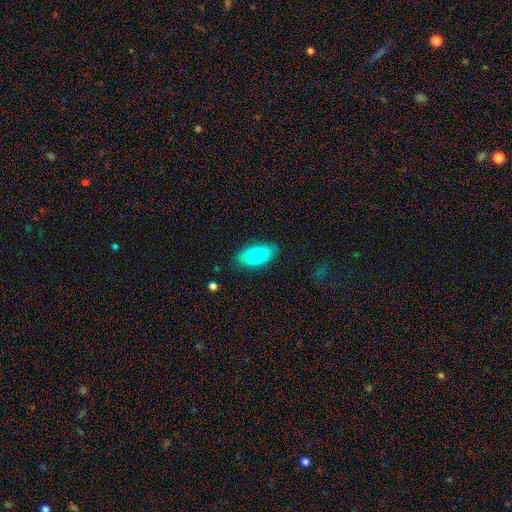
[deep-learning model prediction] Q: Smooth or featured?
A: smooth (82%); runner-up: featured or disk (12%)
Q: How rounded?
A: in between (90%); runner-up: cigar-shaped (7%)
Q: Merging?
A: none (78%); runner-up: minor disturbance (17%)